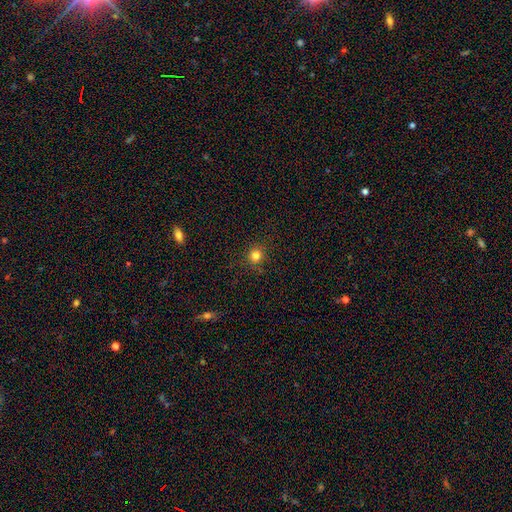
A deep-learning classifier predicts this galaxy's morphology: smooth 81%, star or artifact 14%, featured or disk 5%. Down the decision tree: how rounded — round (92%); merging — none (89%).